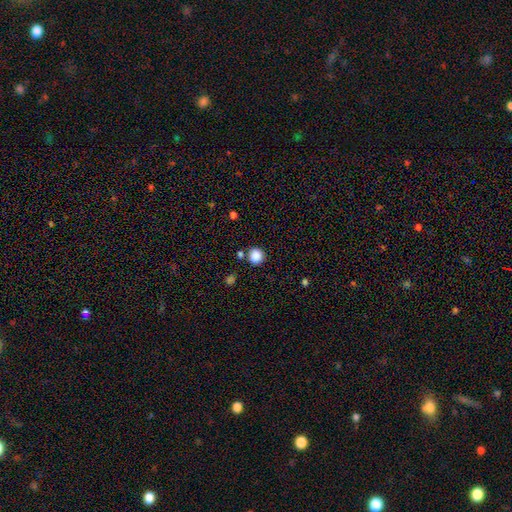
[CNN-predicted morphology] smooth-or-featured: smooth: 87% | star or artifact: 10% | featured or disk: 3%
  how-rounded: round: 90% | in between: 9% | cigar-shaped: 1%
  merging: none: 82% | minor disturbance: 8% | merger: 6% | major disturbance: 3%